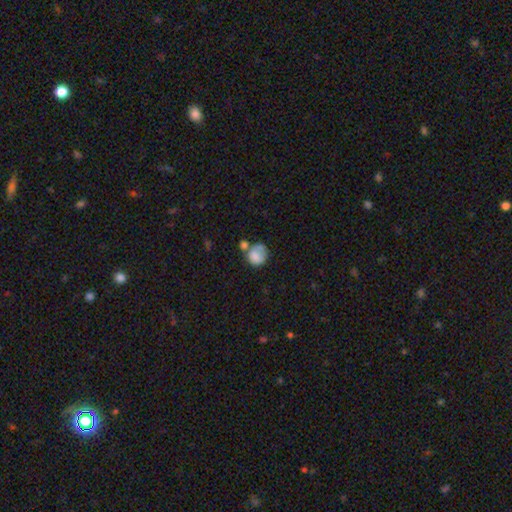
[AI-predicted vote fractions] Smooth or featured?
  - smooth: 75% *
  - featured or disk: 16%
  - star or artifact: 9%
How rounded?
  - round: 75% *
  - in between: 24%
  - cigar-shaped: 1%
Merging?
  - none: 35% *
  - merger: 30%
  - minor disturbance: 21%
  - major disturbance: 14%